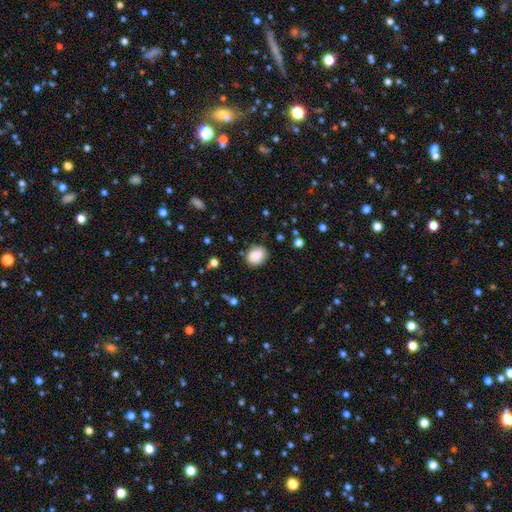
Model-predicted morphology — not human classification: smooth-or-featured: smooth: 85% | star or artifact: 9% | featured or disk: 6%
  how-rounded: round: 56% | in between: 43% | cigar-shaped: 1%
  merging: none: 78% | minor disturbance: 16% | major disturbance: 4% | merger: 3%